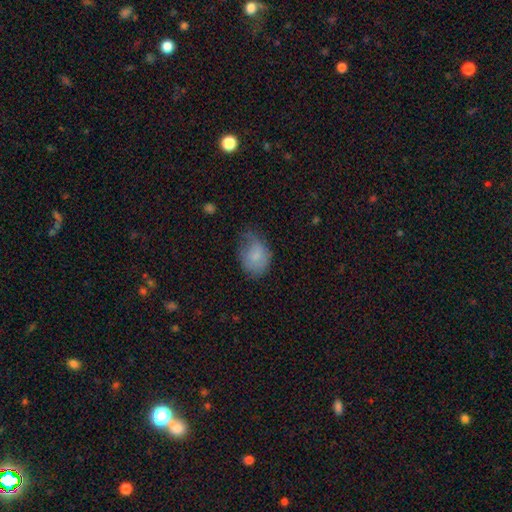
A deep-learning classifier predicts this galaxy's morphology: A smooth galaxy with no disk features (76%) that is in between round and cigar-shaped (78%). Merging: none (45%).